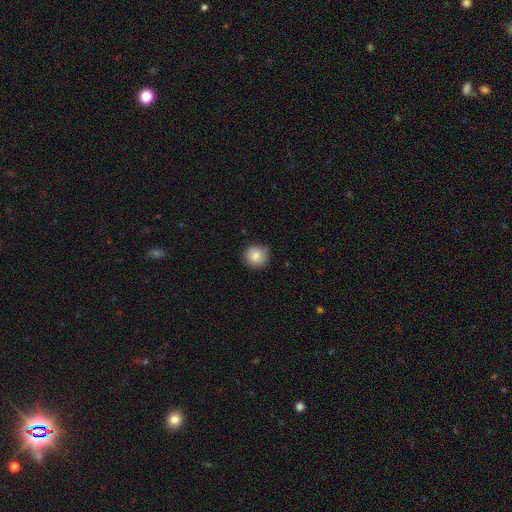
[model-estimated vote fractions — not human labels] This appears to be a smooth galaxy with no disk features (84%) that is round (94%). Merging: none (85%).